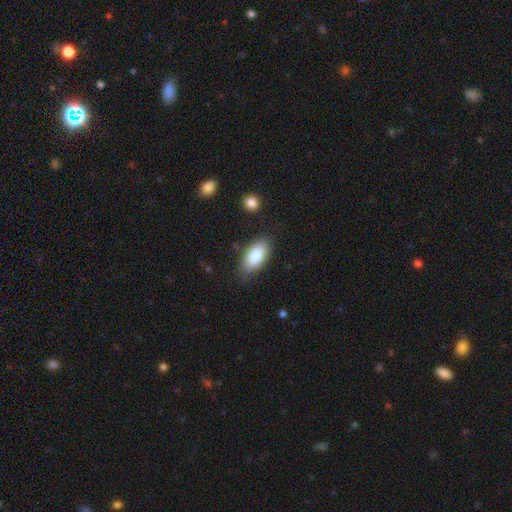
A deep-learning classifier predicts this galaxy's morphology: smooth 80%, featured or disk 13%, star or artifact 7%. Down the decision tree: how rounded — in between (91%); merging — none (81%).